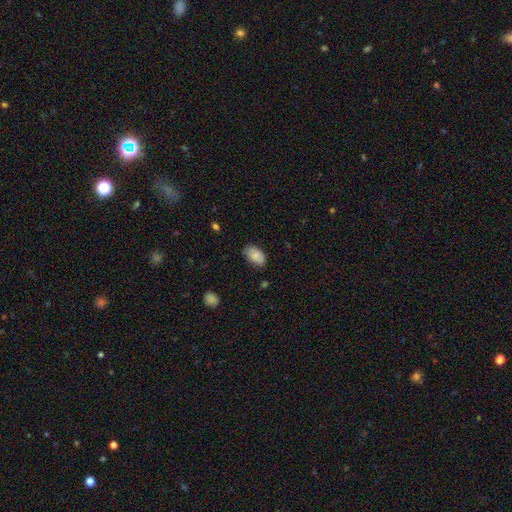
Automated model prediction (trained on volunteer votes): A smooth galaxy with no disk features (83%) that is in between round and cigar-shaped (94%).

Vote fractions:
- Smooth or featured? smooth: 83% / featured or disk: 10% / star or artifact: 7%
- How rounded? in between: 94% / round: 5% / cigar-shaped: 1%
- Merging? none: 76% / minor disturbance: 20% / major disturbance: 3% / merger: 1%